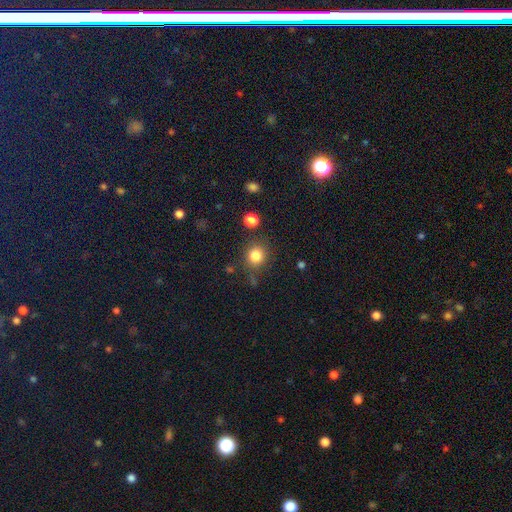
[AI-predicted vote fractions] smooth_or_featured: smooth (p=0.82) [alt: star or artifact p=0.12]
how_rounded: round (p=0.85) [alt: in between p=0.14]
merging: none (p=0.79) [alt: minor disturbance p=0.12]